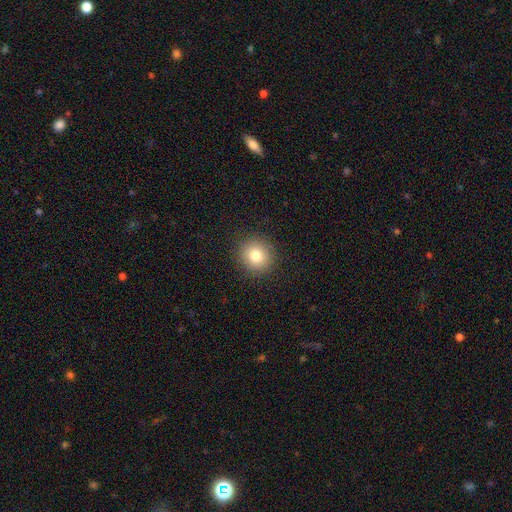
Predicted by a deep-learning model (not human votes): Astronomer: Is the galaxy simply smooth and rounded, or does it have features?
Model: smooth — 80%.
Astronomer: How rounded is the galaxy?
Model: round — 90%.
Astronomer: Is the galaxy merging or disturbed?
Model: none — 91%.